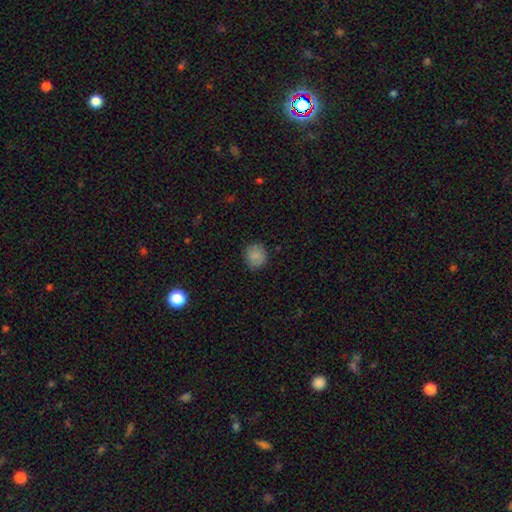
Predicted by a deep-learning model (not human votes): A smooth galaxy with no disk features (86%) that is round (82%).

Vote fractions:
- Smooth or featured? smooth: 86% / star or artifact: 9% / featured or disk: 6%
- How rounded? round: 82% / in between: 17% / cigar-shaped: 1%
- Merging? none: 86% / minor disturbance: 11% / major disturbance: 3% / merger: 1%